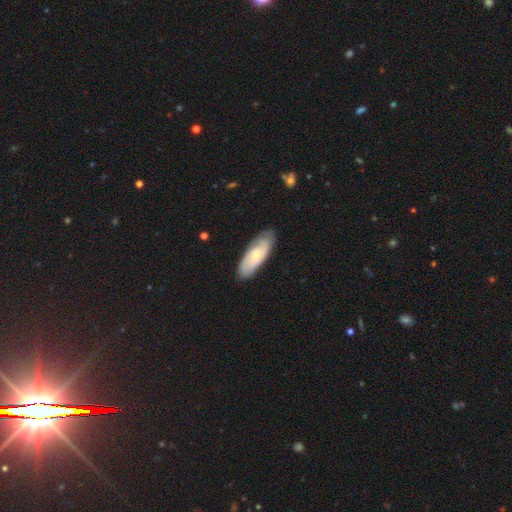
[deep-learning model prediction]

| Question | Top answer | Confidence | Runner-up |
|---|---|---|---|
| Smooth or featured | featured or disk | 52% | smooth (42%) |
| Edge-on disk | no | 85% | yes (15%) |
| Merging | none | 77% | minor disturbance (18%) |